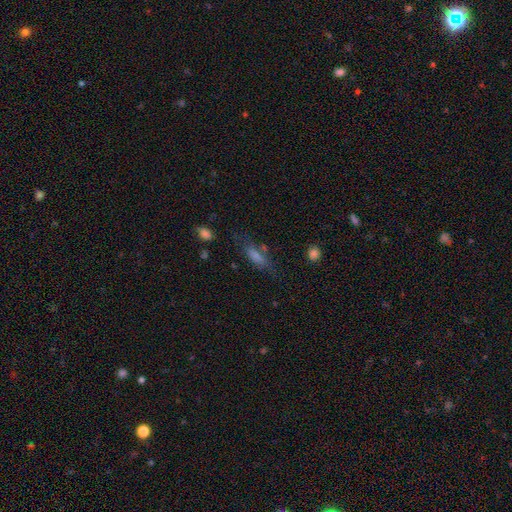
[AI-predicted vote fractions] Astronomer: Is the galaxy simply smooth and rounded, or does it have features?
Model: smooth — 59%.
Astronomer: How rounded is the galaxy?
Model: cigar-shaped — 53% (runner-up: in between, 43%).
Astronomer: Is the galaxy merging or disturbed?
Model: none — 66%.